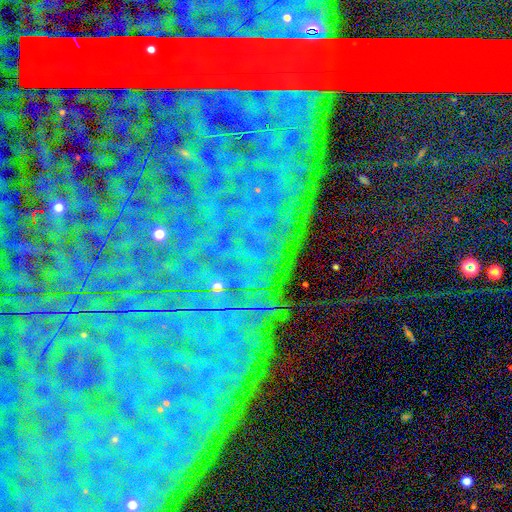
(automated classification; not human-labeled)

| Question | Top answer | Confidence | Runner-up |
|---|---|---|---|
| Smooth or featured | star or artifact | 85% | featured or disk (9%) |